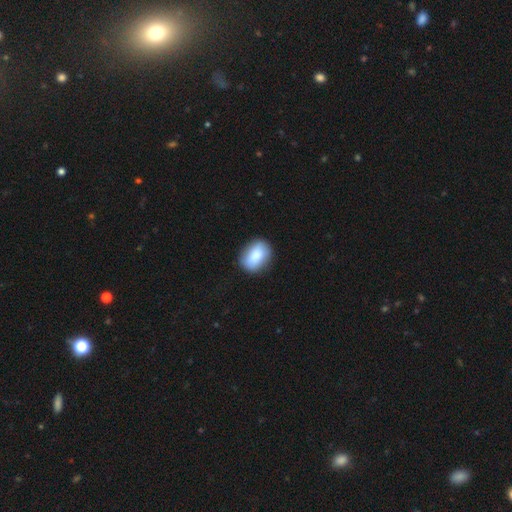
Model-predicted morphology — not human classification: smooth-or-featured: smooth: 86% | featured or disk: 8% | star or artifact: 7%
  how-rounded: in between: 72% | round: 27% | cigar-shaped: 1%
  merging: none: 83% | minor disturbance: 13% | major disturbance: 3% | merger: 1%